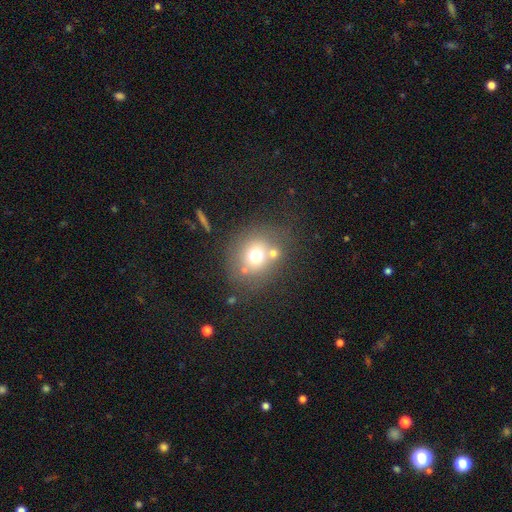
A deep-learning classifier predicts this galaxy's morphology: Smooth or featured? Predicted: smooth (p=0.66). How rounded? Predicted: round (p=0.75). Merging? Predicted: none (p=0.63).